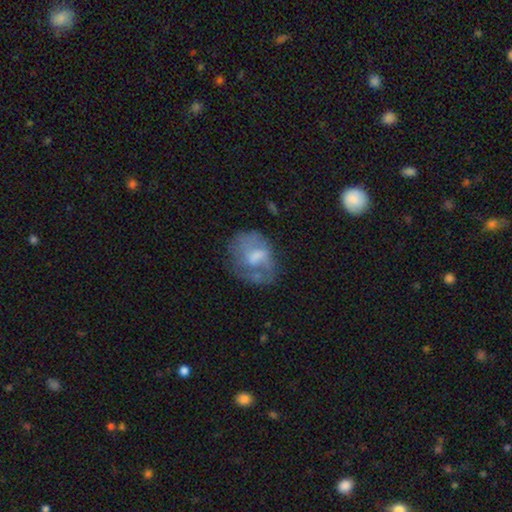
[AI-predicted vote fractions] Smooth or featured? featured or disk (51%)
Edge-on disk? no (96%)
Merging? none (45%)